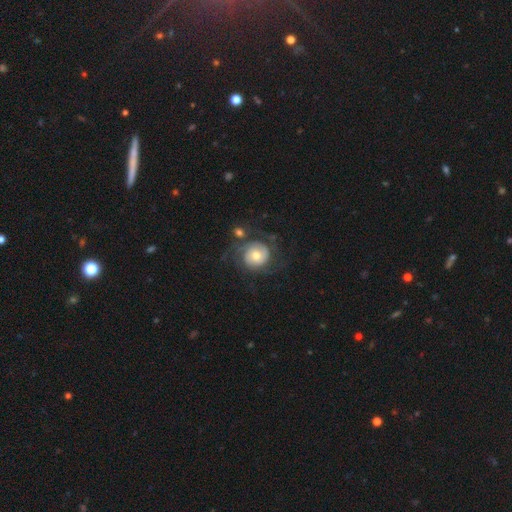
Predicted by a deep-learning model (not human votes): Q: Smooth or featured?
A: featured or disk (66%); runner-up: smooth (27%)
Q: Edge-on disk?
A: no (98%); runner-up: yes (2%)
Q: Bar?
A: no (78%); runner-up: weak (18%)
Q: Spiral arms?
A: yes (85%); runner-up: no (15%)
Q: Spiral winding?
A: tight (49%); runner-up: medium (32%)
Q: Spiral arm count?
A: 2 (49%); runner-up: can't tell (24%)
Q: Bulge size?
A: moderate (67%); runner-up: small (22%)
Q: Merging?
A: none (55%); runner-up: major disturbance (21%)